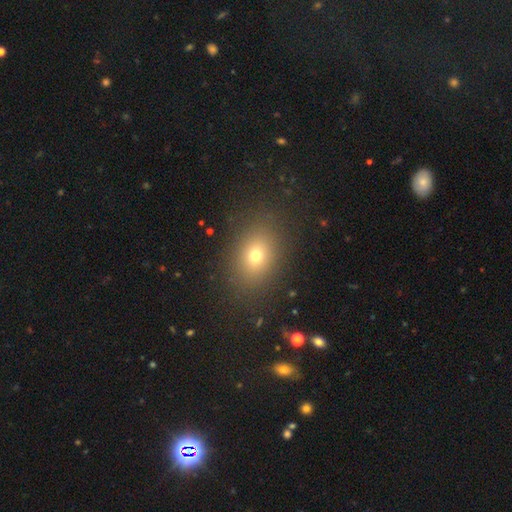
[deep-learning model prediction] A smooth galaxy with no disk features (72%) that is in between round and cigar-shaped (65%).

Vote fractions:
- Smooth or featured? smooth: 72% / star or artifact: 16% / featured or disk: 12%
- How rounded? in between: 65% / round: 34% / cigar-shaped: 1%
- Merging? none: 86% / minor disturbance: 9% / major disturbance: 4% / merger: 1%